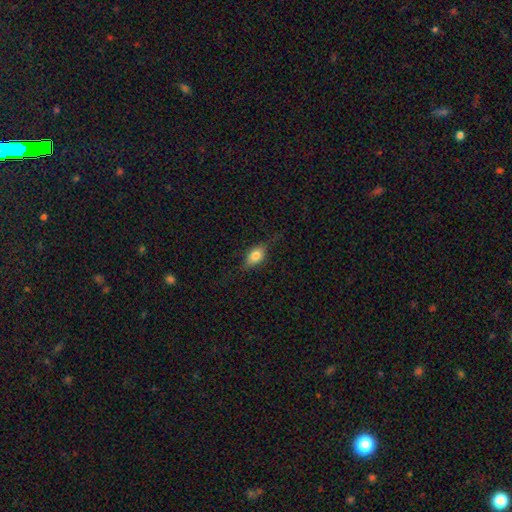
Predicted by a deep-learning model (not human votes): Smooth or featured? Predicted: smooth (p=0.71). How rounded? Predicted: in between (p=0.78). Merging? Predicted: none (p=0.69).